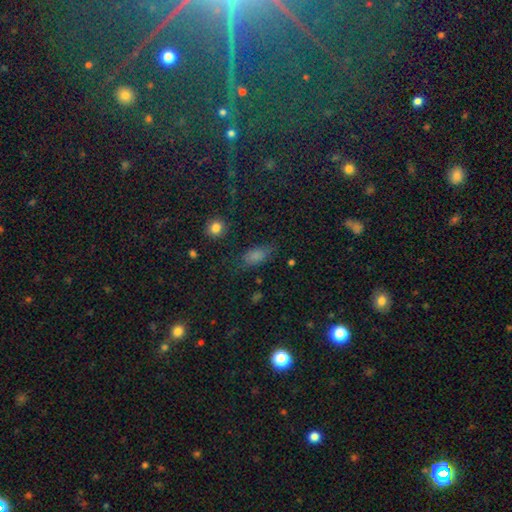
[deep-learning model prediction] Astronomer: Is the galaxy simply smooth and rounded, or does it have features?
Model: smooth — 72%.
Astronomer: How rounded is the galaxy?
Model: in between — 79%.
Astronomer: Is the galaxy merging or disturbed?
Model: none — 68%.